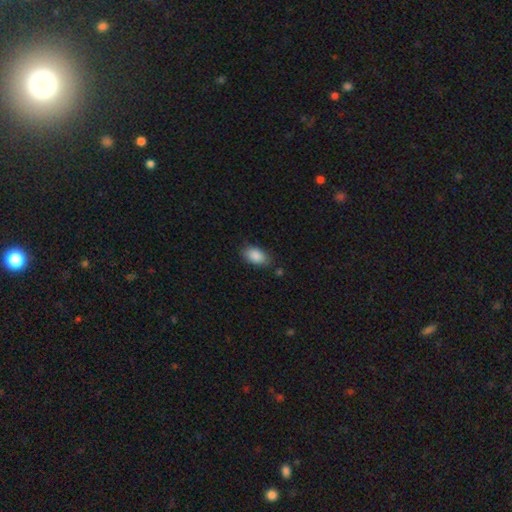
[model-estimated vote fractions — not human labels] smooth_or_featured: smooth (p=0.89) [alt: star or artifact p=0.07]
how_rounded: in between (p=0.92) [alt: round p=0.06]
merging: none (p=0.79) [alt: minor disturbance p=0.15]